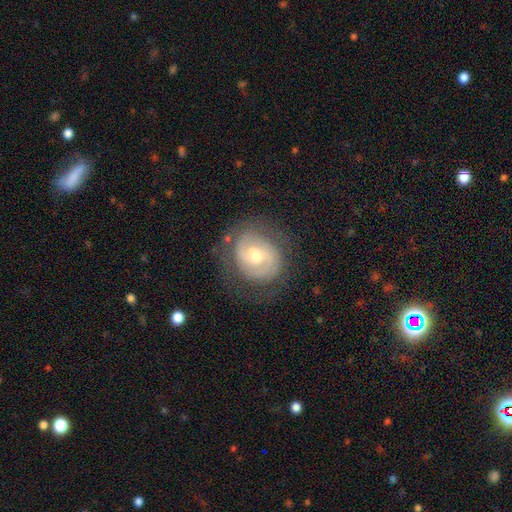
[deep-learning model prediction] featured or disk 75%, smooth 19%, star or artifact 6%. Down the decision tree: edge-on disk — no (97%); bar — weak (50%); spiral arms — yes (85%); spiral arm count — 2 (62%); spiral winding — tight (56%); bulge size — moderate (61%); merging — none (71%).